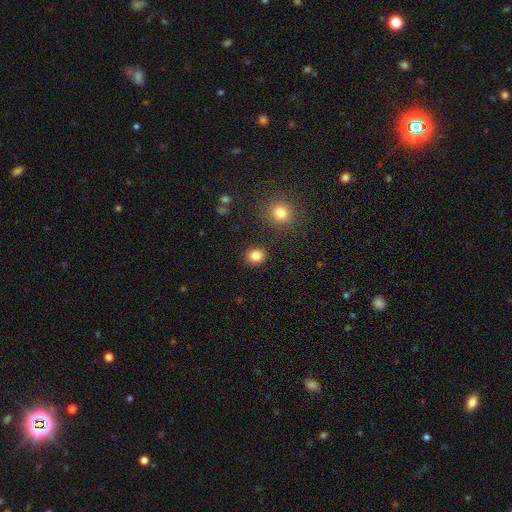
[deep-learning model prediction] Smooth or featured: smooth — 84% (star or artifact — 12%)
How rounded: round — 76% (in between — 23%)
Merging: none — 89% (minor disturbance — 7%)